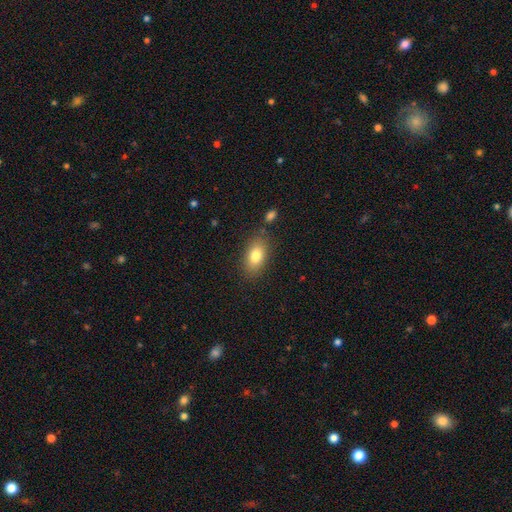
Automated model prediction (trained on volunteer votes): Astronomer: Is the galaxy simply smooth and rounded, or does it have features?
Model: smooth — 81%.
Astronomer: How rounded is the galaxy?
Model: in between — 89%.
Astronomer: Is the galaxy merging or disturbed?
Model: none — 82%.